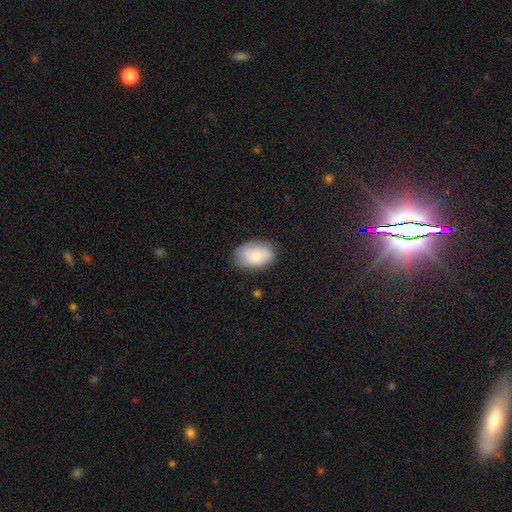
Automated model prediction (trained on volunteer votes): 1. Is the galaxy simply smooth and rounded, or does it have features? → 83% smooth, 10% featured or disk, 7% star or artifact.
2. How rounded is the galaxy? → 87% in between, 12% round, 1% cigar-shaped.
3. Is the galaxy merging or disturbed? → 71% none, 22% minor disturbance, 5% major disturbance, 2% merger.